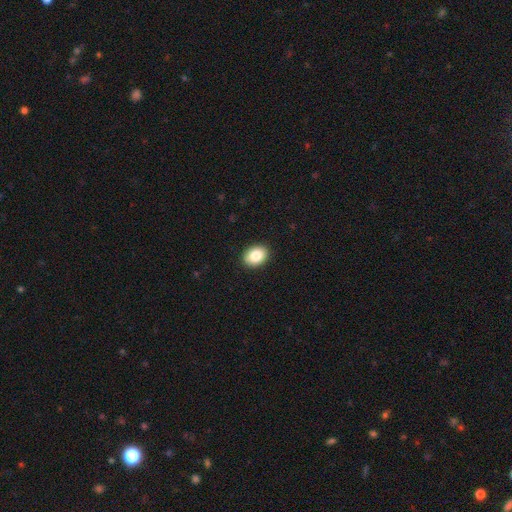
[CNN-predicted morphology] Smooth or featured?
  - smooth: 86% *
  - star or artifact: 8%
  - featured or disk: 6%
How rounded?
  - in between: 68% *
  - round: 31%
  - cigar-shaped: 1%
Merging?
  - none: 91% *
  - minor disturbance: 7%
  - major disturbance: 2%
  - merger: 1%